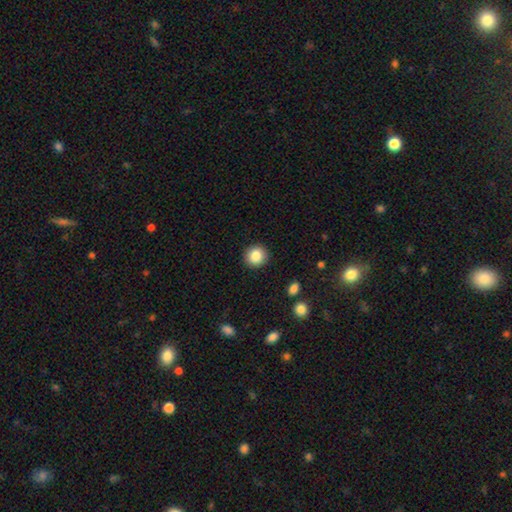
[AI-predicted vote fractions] This appears to be a smooth galaxy with no disk features (85%) that is round (91%). Merging: none (92%).